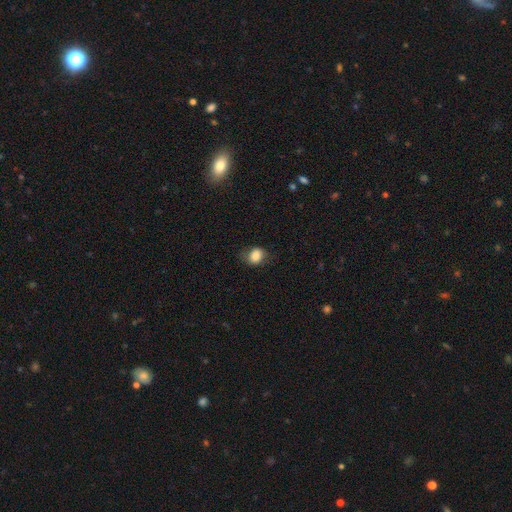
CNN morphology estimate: Overall: smooth (84%). How rounded: round (53%; in between 46%). Merging: none (67%).